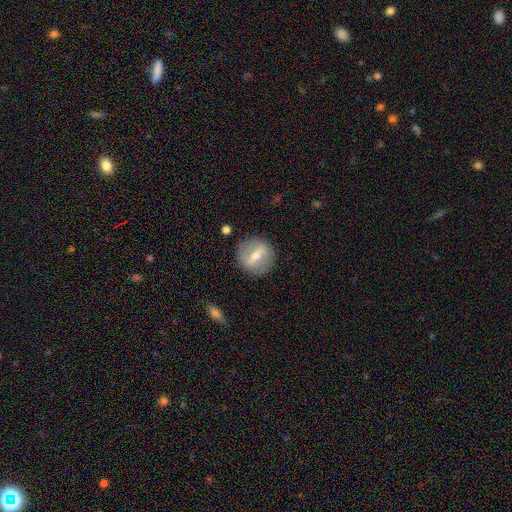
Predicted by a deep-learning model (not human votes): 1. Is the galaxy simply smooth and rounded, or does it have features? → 57% featured or disk, 36% smooth, 8% star or artifact.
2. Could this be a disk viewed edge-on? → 81% no, 19% yes.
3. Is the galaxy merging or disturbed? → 85% none, 10% minor disturbance, 3% major disturbance, 2% merger.